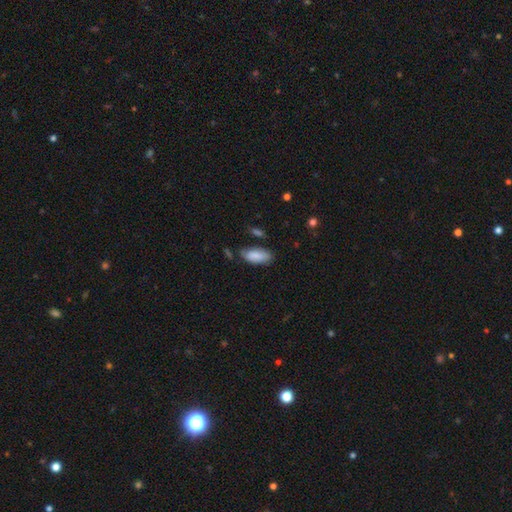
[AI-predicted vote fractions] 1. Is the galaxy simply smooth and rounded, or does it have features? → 85% smooth, 8% featured or disk, 6% star or artifact.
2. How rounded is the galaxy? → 89% in between, 9% cigar-shaped, 2% round.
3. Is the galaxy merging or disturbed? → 65% none, 25% minor disturbance, 6% major disturbance, 5% merger.